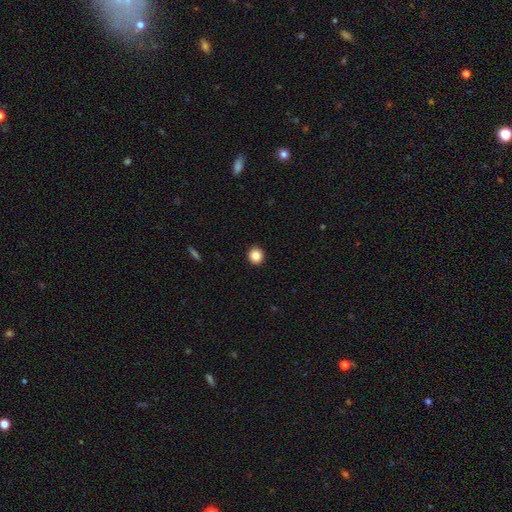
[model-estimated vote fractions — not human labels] A smooth galaxy with no disk features (86%) that is round (90%).

Vote fractions:
- Smooth or featured? smooth: 86% / star or artifact: 10% / featured or disk: 4%
- How rounded? round: 90% / in between: 9% / cigar-shaped: 1%
- Merging? none: 93% / minor disturbance: 5% / major disturbance: 2% / merger: 1%